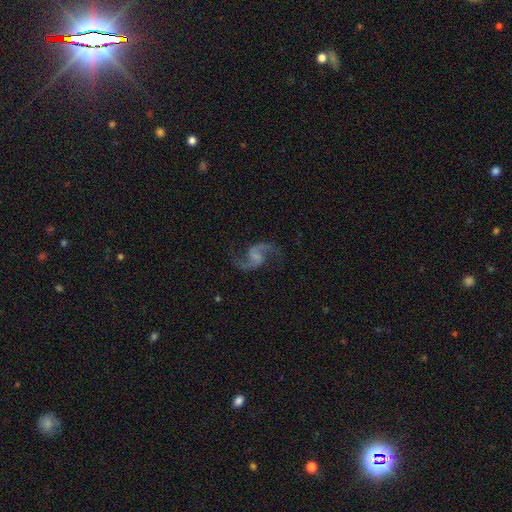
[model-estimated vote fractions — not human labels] The model was most divided on "bar": weak: 46%, no: 42%, strong: 13%. More confident: edge-on disk — no (98%); spiral arms — yes (98%); spiral arm count — 2 (94%); smooth or featured — featured or disk (91%); merging — none (80%); spiral winding — loose (62%); bulge size — none (51%).